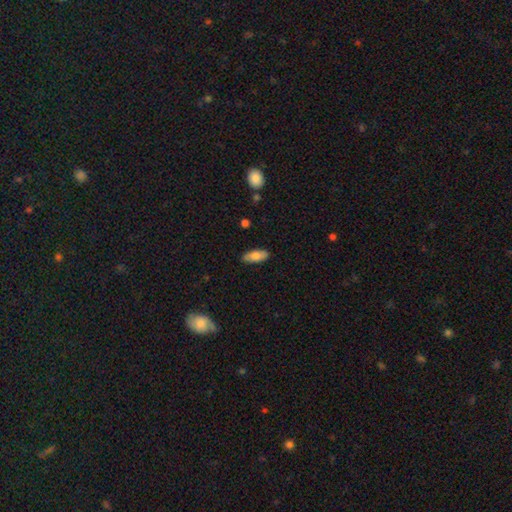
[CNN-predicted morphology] Q: Smooth or featured?
A: smooth (78%); runner-up: featured or disk (16%)
Q: How rounded?
A: in between (81%); runner-up: cigar-shaped (17%)
Q: Merging?
A: none (87%); runner-up: minor disturbance (10%)